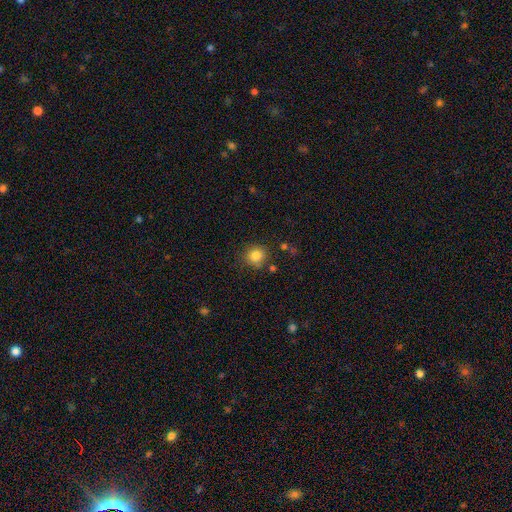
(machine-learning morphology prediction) Q: Smooth or featured?
A: smooth (83%); runner-up: star or artifact (11%)
Q: How rounded?
A: round (88%); runner-up: in between (11%)
Q: Merging?
A: none (80%); runner-up: minor disturbance (12%)